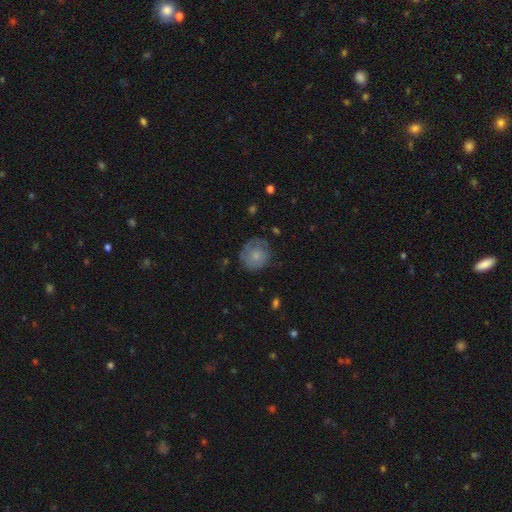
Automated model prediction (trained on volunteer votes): smooth_or_featured: smooth (p=0.67) [alt: featured or disk p=0.26]
how_rounded: round (p=0.87) [alt: in between p=0.12]
merging: none (p=0.67) [alt: minor disturbance p=0.23]